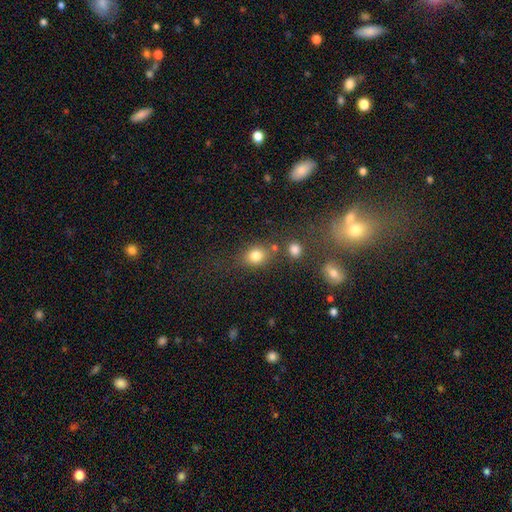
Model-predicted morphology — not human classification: This appears to be a smooth galaxy with no disk features (79%) that is round (59%). Merging: none (66%).